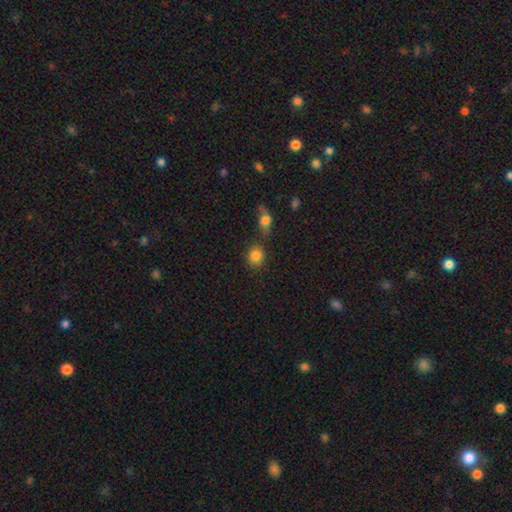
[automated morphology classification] type=smooth (83%); roundness=round (74%); merging=none (68%).